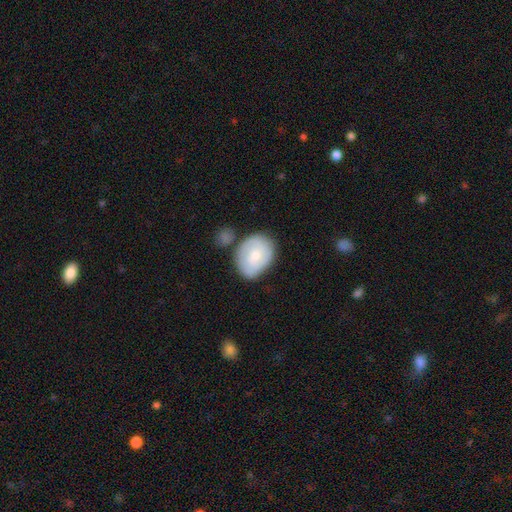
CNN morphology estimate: smooth-or-featured: featured or disk: 52% | smooth: 42% | star or artifact: 6%
  disk-edge-on: no: 97% | yes: 3%
    bar: no: 66% | weak: 30% | strong: 4%
    has-spiral-arms: yes: 82% | no: 18%
    bulge-size: small: 52% | moderate: 41% | none: 3% | large: 3% | dominant: 1%
  merging: none: 65% | minor disturbance: 20% | merger: 10% | major disturbance: 5%